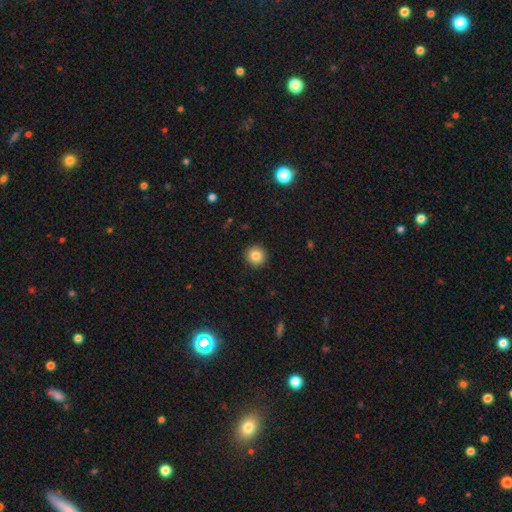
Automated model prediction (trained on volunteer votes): Morphology: type=smooth (83%); roundness=round (95%); merging=none (92%).